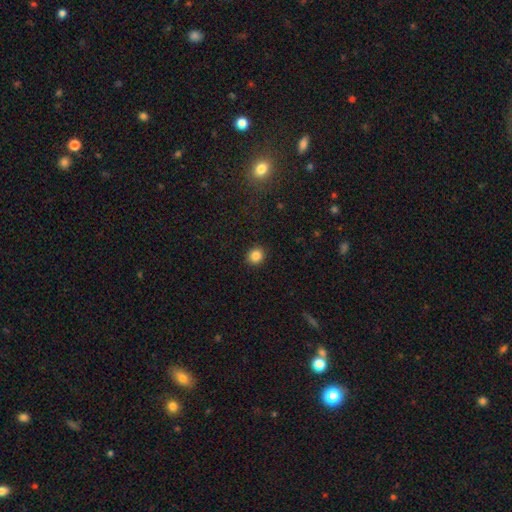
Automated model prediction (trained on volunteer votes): Smooth or featured: smooth — 85% (star or artifact — 11%)
How rounded: round — 84% (in between — 15%)
Merging: none — 92% (minor disturbance — 6%)